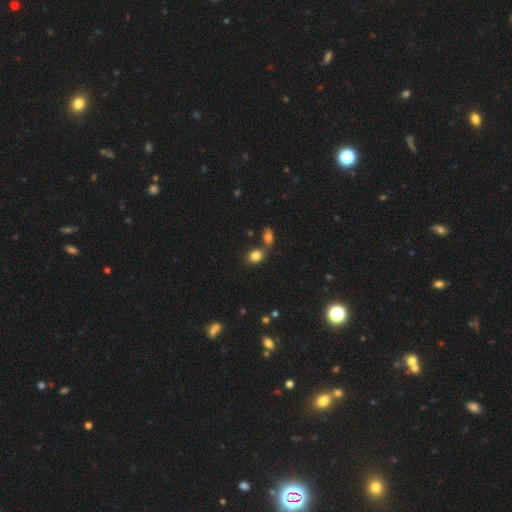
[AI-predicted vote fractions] Smooth or featured? smooth (83%)
How rounded? in between (53%)
Merging? none (59%)